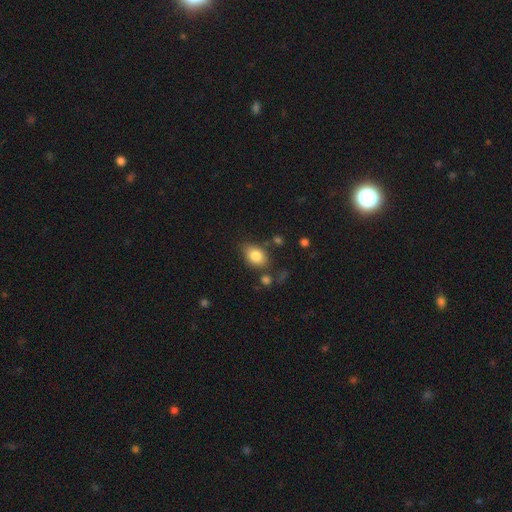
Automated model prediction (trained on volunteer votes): smooth 84%, star or artifact 8%, featured or disk 8%. Down the decision tree: how rounded — in between (79%); merging — none (69%).